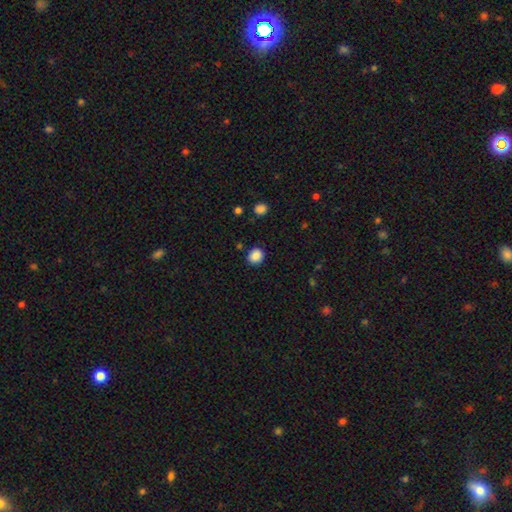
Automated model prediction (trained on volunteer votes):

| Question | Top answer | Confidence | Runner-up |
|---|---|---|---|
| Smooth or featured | smooth | 87% | star or artifact (10%) |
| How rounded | round | 84% | in between (15%) |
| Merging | none | 87% | minor disturbance (8%) |